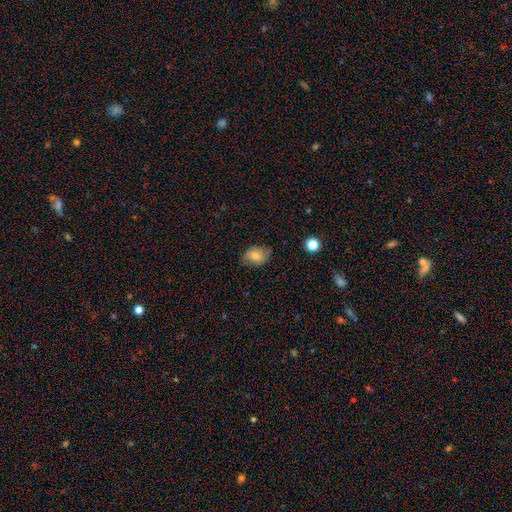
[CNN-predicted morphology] smooth_or_featured: smooth (p=0.70) [alt: featured or disk p=0.21]
how_rounded: in between (p=0.65) [alt: round p=0.34]
merging: none (p=0.67) [alt: minor disturbance p=0.25]